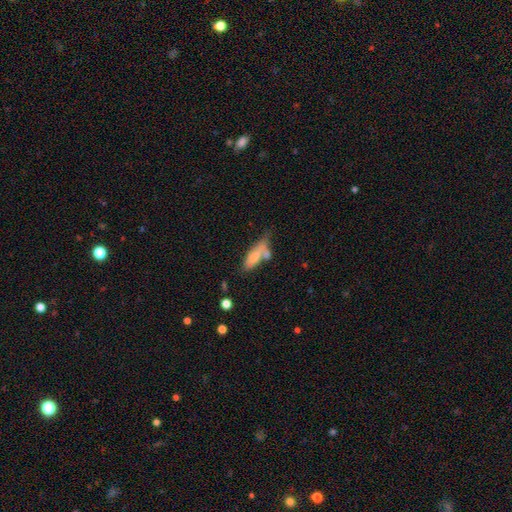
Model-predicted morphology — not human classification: This is likely a smooth galaxy (68%). How rounded: possibly in between (56%). Merging: marginally none (35%).